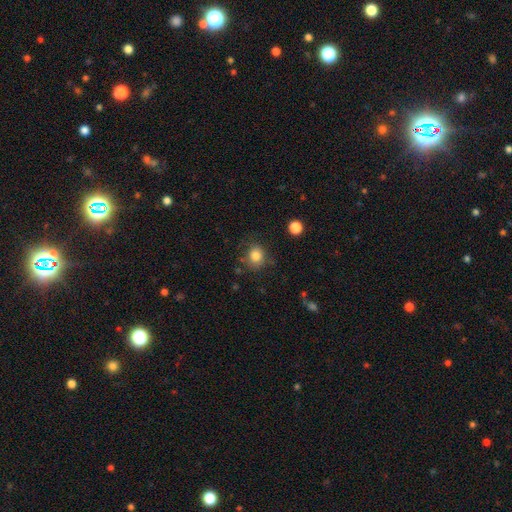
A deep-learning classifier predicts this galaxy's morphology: Smooth or featured: smooth — 83% (star or artifact — 11%)
How rounded: round — 71% (in between — 28%)
Merging: none — 76% (minor disturbance — 16%)